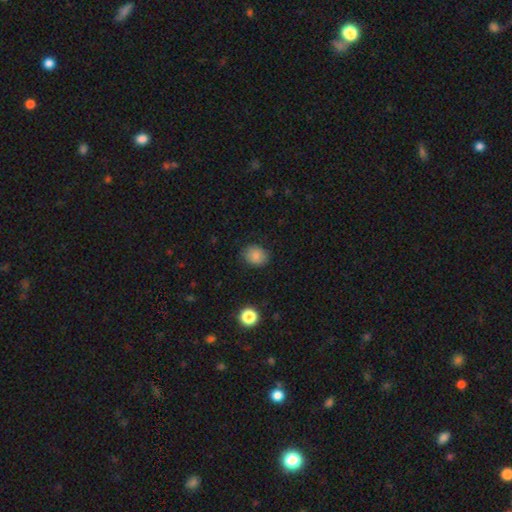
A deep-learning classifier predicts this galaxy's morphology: Smooth or featured? Predicted: smooth (p=0.84). How rounded? Predicted: round (p=0.54). Merging? Predicted: none (p=0.84).